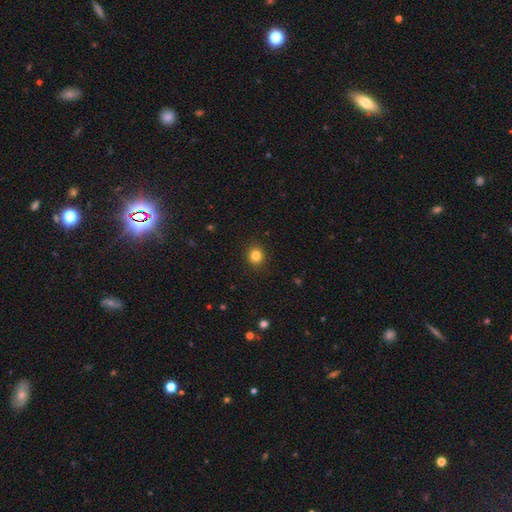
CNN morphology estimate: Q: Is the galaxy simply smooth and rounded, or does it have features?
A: smooth — 83%.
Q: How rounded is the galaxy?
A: round — 86%.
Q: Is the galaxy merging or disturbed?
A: none — 91%.